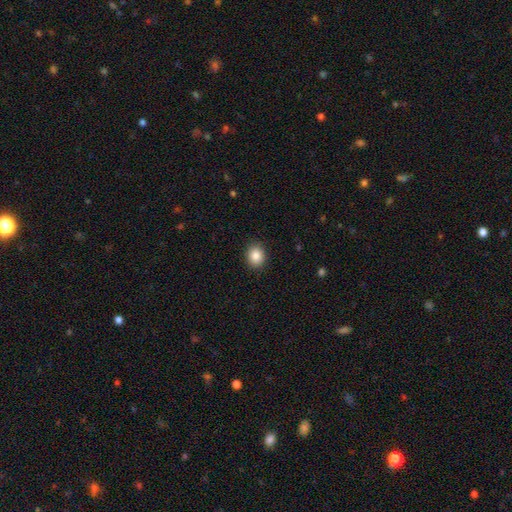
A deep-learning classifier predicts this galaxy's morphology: This is clearly a smooth galaxy (86%). How rounded: likely round (64%). Merging: clearly none (91%).